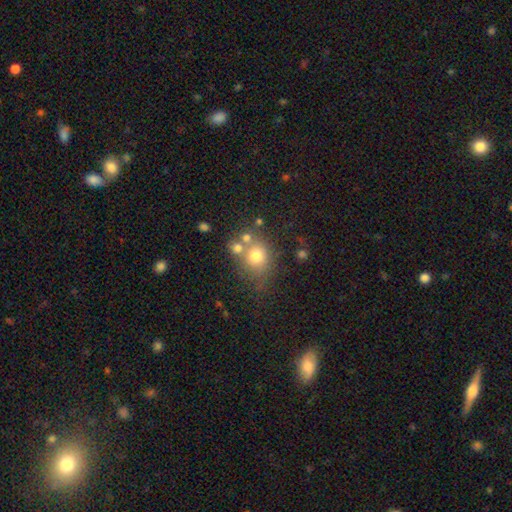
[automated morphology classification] This is likely a smooth galaxy (69%). How rounded: likely round (74%). Merging: possibly none (52%).